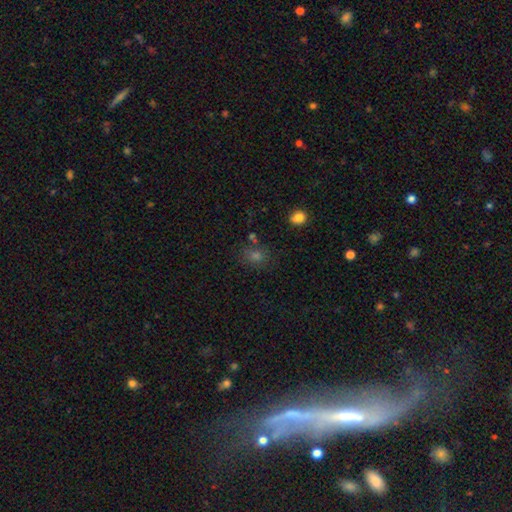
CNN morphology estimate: A smooth galaxy with no disk features (60%) that is round (63%). Merging: none (73%).